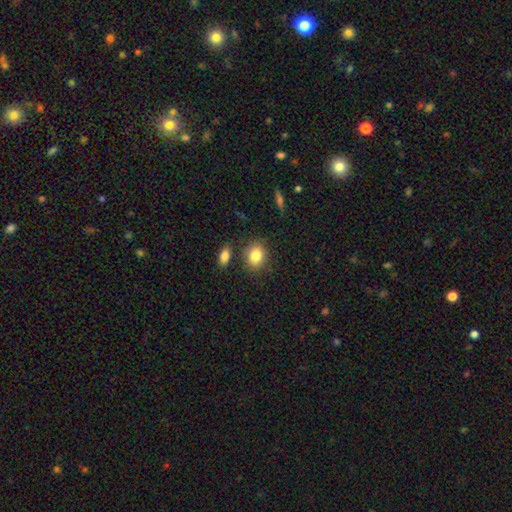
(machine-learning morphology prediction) Smooth or featured?
  - smooth: 84% *
  - star or artifact: 8%
  - featured or disk: 8%
How rounded?
  - in between: 51% *
  - round: 47%
  - cigar-shaped: 1%
Merging?
  - none: 78% *
  - minor disturbance: 12%
  - merger: 7%
  - major disturbance: 3%